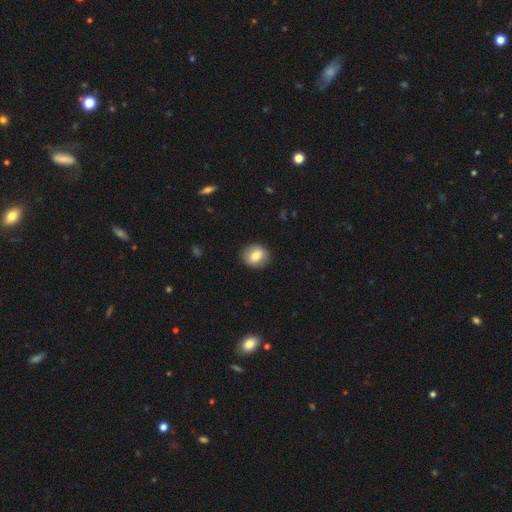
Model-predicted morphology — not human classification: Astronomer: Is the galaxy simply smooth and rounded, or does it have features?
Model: smooth — 78%.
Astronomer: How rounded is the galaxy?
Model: round — 73%.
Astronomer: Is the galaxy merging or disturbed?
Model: none — 88%.